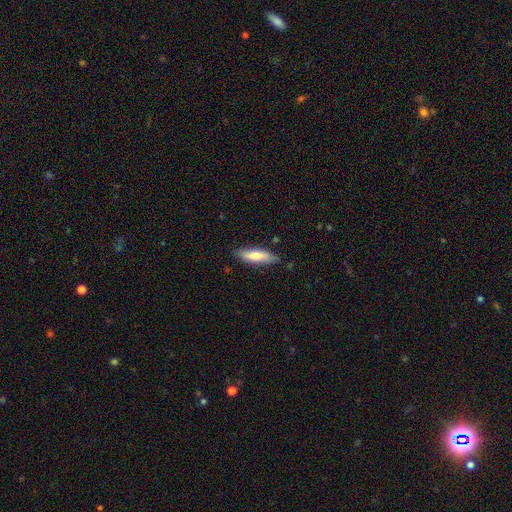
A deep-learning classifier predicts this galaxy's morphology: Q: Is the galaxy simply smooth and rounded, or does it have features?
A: smooth — 69%.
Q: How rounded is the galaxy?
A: cigar-shaped — 61%.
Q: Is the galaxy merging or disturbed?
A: none — 83%.